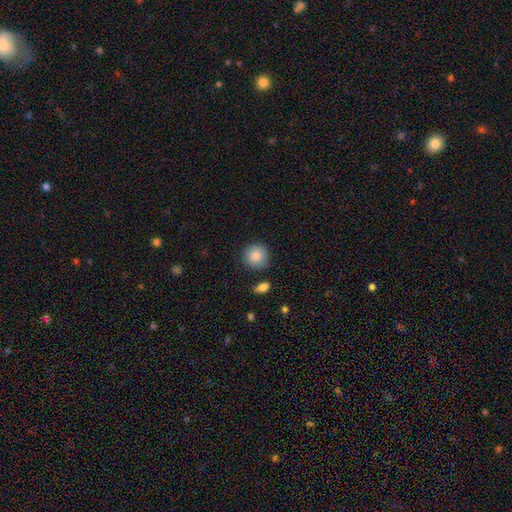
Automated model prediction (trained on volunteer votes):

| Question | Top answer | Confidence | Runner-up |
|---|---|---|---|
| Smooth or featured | smooth | 85% | star or artifact (8%) |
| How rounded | round | 92% | in between (7%) |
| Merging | none | 83% | minor disturbance (11%) |